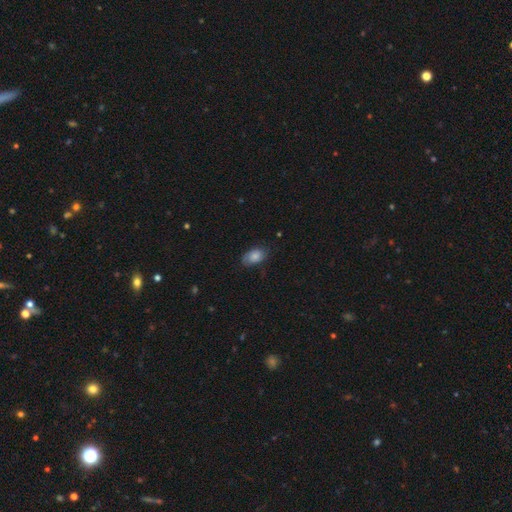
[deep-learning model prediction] This is likely a smooth galaxy (79%). How rounded: clearly in between (89%). Merging: likely none (68%).